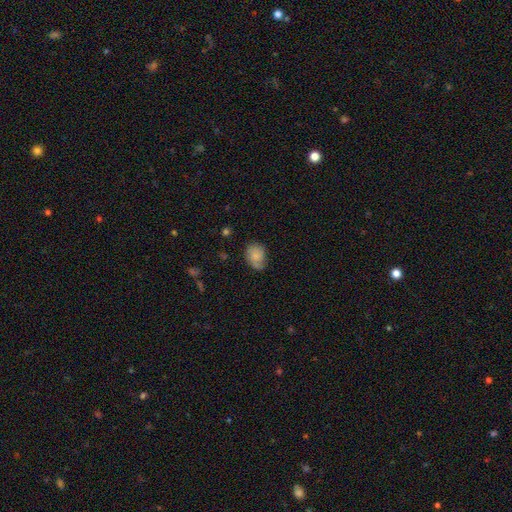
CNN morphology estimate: This is likely a smooth galaxy (67%). How rounded: likely in between (63%). Merging: possibly none (55%).